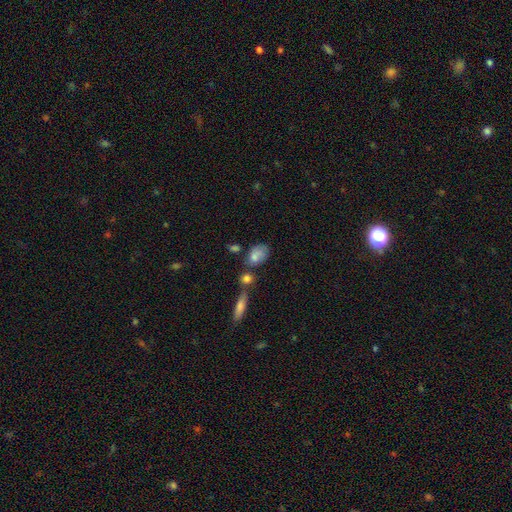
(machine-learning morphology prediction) A smooth galaxy with no disk features (75%) that is in between round and cigar-shaped (78%).

Vote fractions:
- Smooth or featured? smooth: 75% / featured or disk: 16% / star or artifact: 9%
- How rounded? in between: 78% / round: 18% / cigar-shaped: 4%
- Merging? none: 44% / merger: 23% / minor disturbance: 23% / major disturbance: 11%